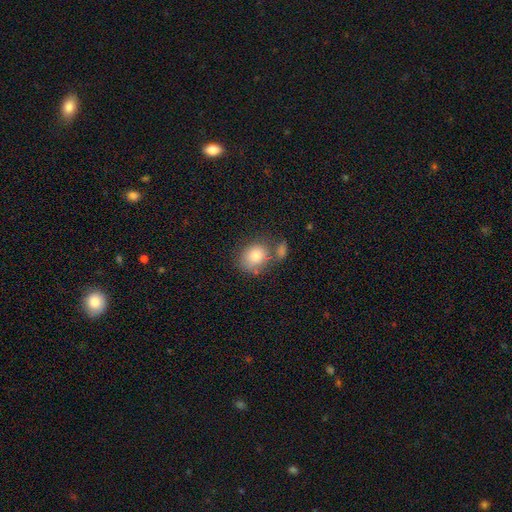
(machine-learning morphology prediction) smooth 78%, featured or disk 13%, star or artifact 9%. Down the decision tree: how rounded — round (52%); merging — none (55%).